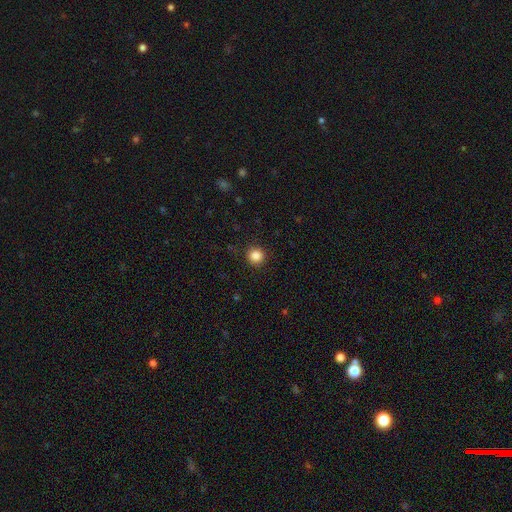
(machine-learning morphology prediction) smooth-or-featured: smooth: 85% | star or artifact: 11% | featured or disk: 4%
  how-rounded: round: 94% | in between: 5% | cigar-shaped: 1%
  merging: none: 91% | minor disturbance: 6% | major disturbance: 2% | merger: 1%